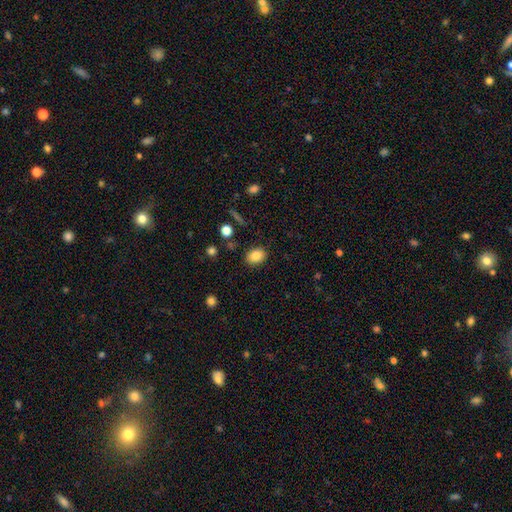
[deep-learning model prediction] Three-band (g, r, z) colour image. It shows a smooth galaxy with no disk features (84%) that is in between round and cigar-shaped (64%). Merging: none (86%).